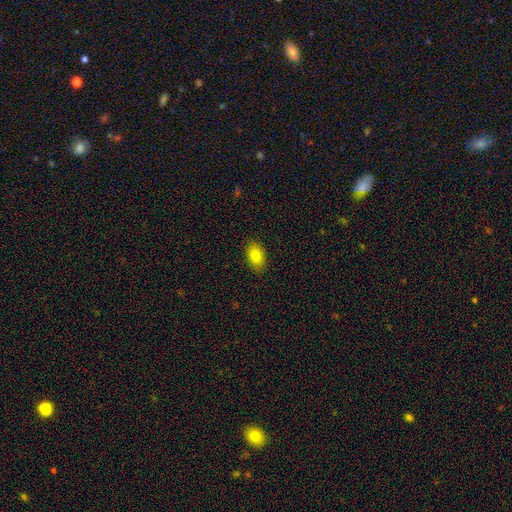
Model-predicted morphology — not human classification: type=smooth (81%); roundness=in between (90%); merging=none (88%).